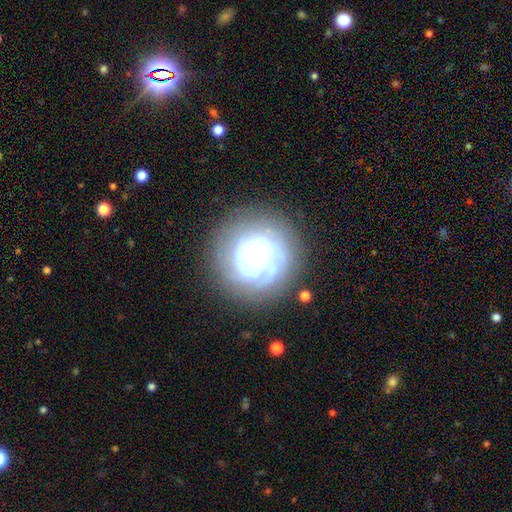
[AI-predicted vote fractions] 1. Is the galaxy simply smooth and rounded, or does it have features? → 76% featured or disk, 16% smooth, 8% star or artifact.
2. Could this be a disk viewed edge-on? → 98% no, 2% yes.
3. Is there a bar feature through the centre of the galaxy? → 69% no, 23% weak, 9% strong.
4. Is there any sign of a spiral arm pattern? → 90% yes, 10% no.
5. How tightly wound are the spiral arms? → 77% tight, 18% medium, 5% loose.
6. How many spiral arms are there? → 38% can't tell, 21% 3, 14% 4, 13% 2, 7% more than 4, 7% 1.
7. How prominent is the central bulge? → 56% small, 22% moderate, 11% none, 8% large, 3% dominant.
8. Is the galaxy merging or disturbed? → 75% none, 15% minor disturbance, 8% major disturbance, 2% merger.